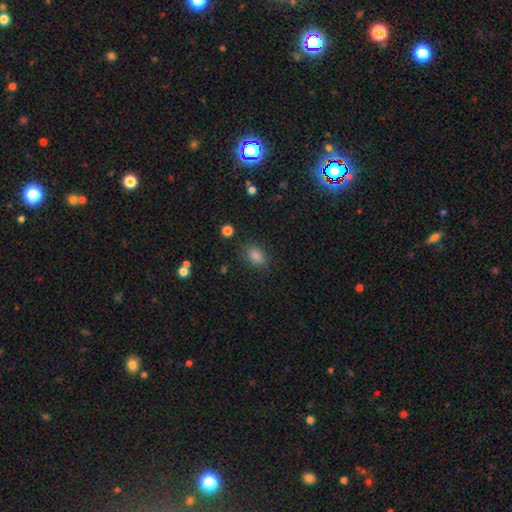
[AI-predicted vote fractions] Overall: smooth (82%). How rounded: in between (81%). Merging: none (83%).